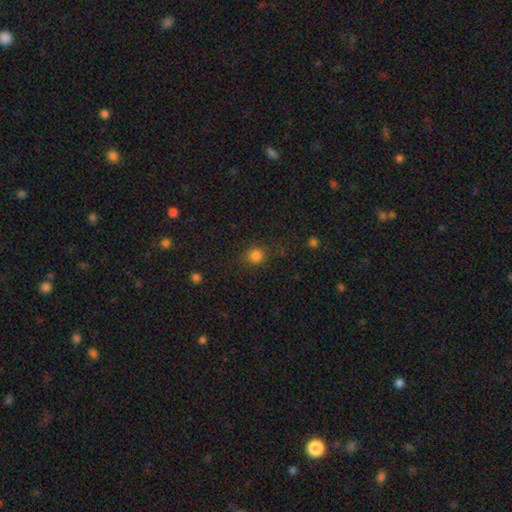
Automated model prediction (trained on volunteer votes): Smooth or featured?
  - smooth: 81% *
  - star or artifact: 14%
  - featured or disk: 5%
How rounded?
  - round: 81% *
  - in between: 18%
  - cigar-shaped: 1%
Merging?
  - none: 82% *
  - minor disturbance: 12%
  - major disturbance: 4%
  - merger: 2%